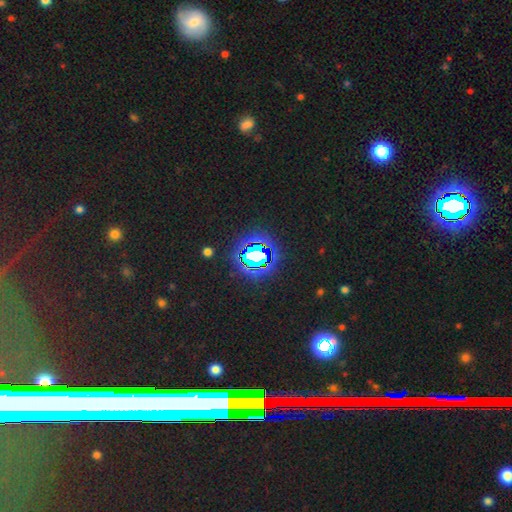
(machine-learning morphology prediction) This is likely a star or artifact rather than a galaxy (73%).